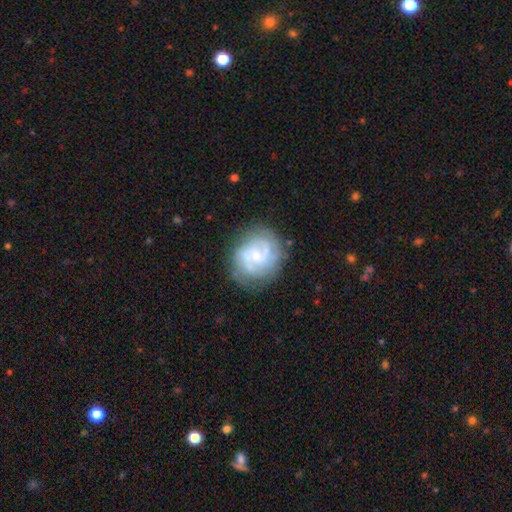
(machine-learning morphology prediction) A featured or disk galaxy (73%) with no bar (58%), 2 (46%) tight (47%) spiral arms (90%) and a small central bulge (64%). Merging: none (76%).